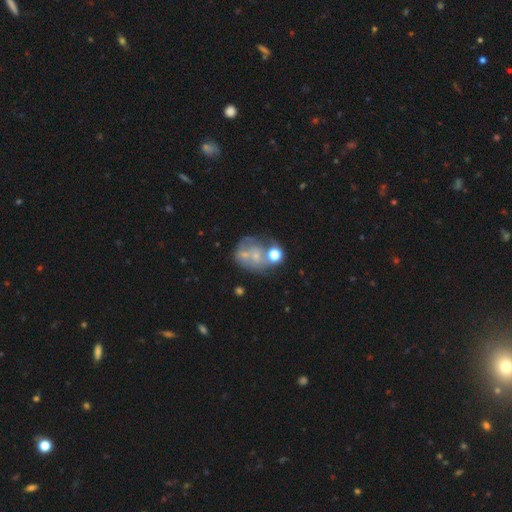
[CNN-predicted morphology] Smooth or featured: featured or disk — 50% (smooth — 35%)
Edge-on disk: no — 98% (yes — 2%)
Merging: none — 34% (merger — 27%)